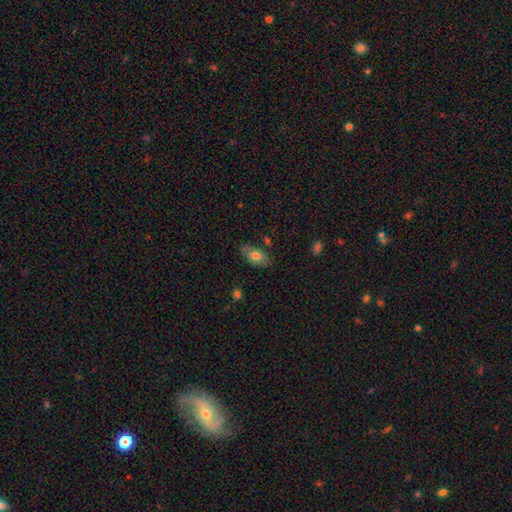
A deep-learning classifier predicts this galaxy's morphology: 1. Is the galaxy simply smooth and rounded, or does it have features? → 70% smooth, 23% featured or disk, 7% star or artifact.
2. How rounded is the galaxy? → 91% in between, 5% round, 4% cigar-shaped.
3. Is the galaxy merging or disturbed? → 75% none, 18% minor disturbance, 4% major disturbance, 3% merger.